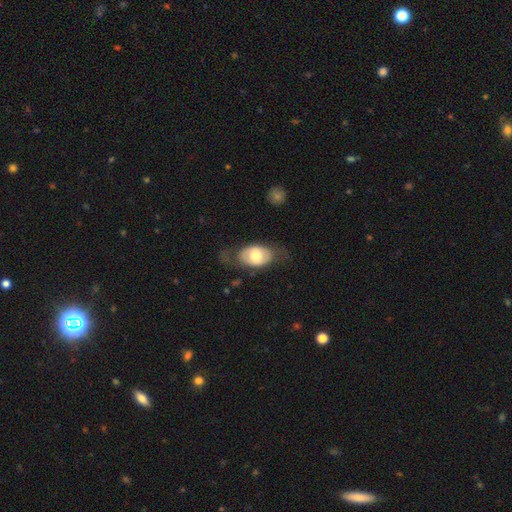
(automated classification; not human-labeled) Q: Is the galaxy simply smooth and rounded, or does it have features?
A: smooth — 54%.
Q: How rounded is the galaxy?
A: in between — 86%.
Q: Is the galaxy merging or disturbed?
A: none — 62%.